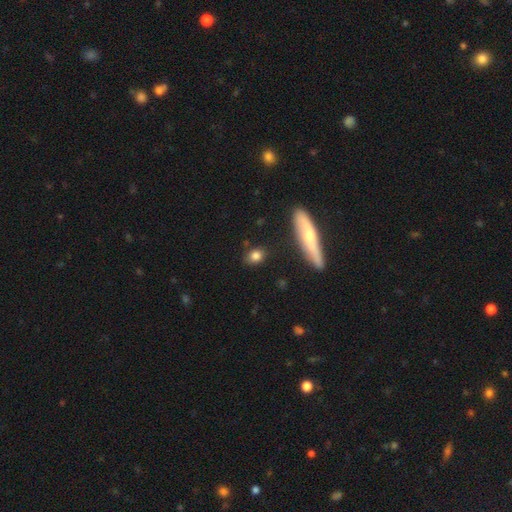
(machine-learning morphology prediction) type=smooth (82%); roundness=in between (51%); merging=none (82%).